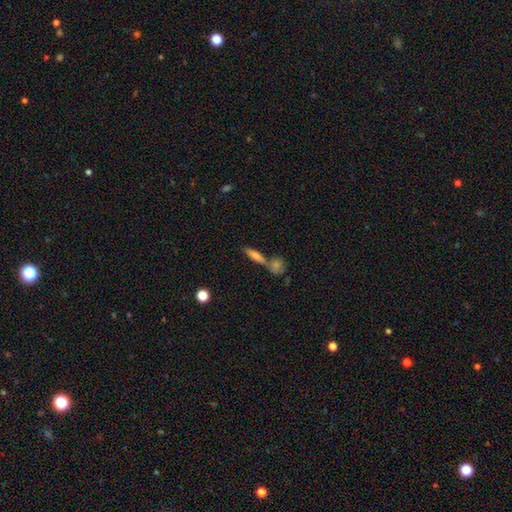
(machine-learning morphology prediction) Overall: smooth (54%; featured or disk 33%). How rounded: cigar-shaped (68%). Merging: none (58%; merger 30%).